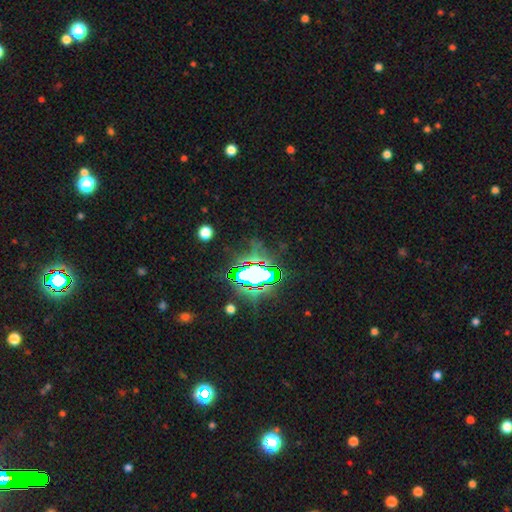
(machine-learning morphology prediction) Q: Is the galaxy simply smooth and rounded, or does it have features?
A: star or artifact — 83%.